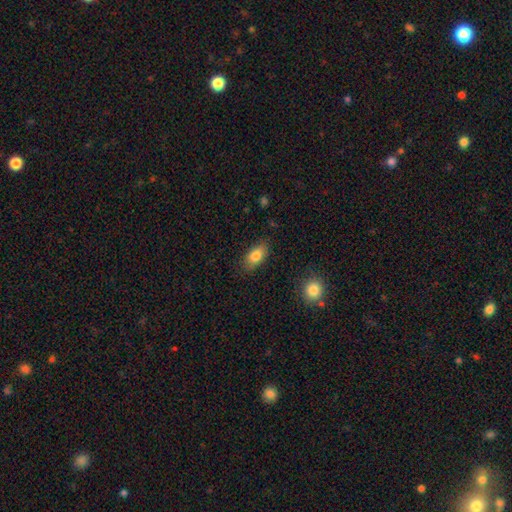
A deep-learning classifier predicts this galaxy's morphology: smooth-or-featured: smooth: 81% | featured or disk: 11% | star or artifact: 8%
  how-rounded: in between: 88% | cigar-shaped: 7% | round: 6%
  merging: none: 82% | minor disturbance: 13% | major disturbance: 3% | merger: 1%